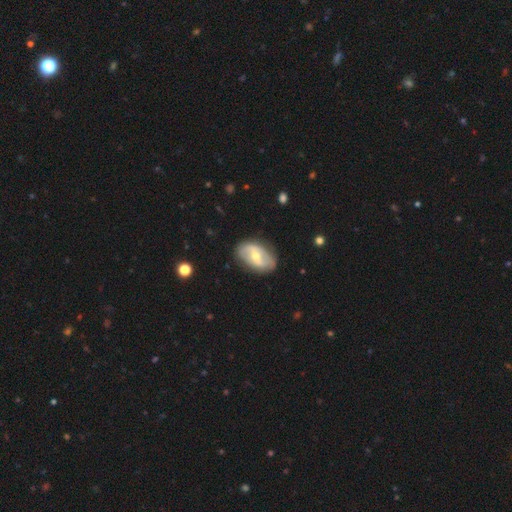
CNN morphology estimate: Q: Smooth or featured?
A: featured or disk (64%); runner-up: smooth (30%)
Q: Edge-on disk?
A: no (94%); runner-up: yes (6%)
Q: Bar?
A: weak (41%); runner-up: no (34%)
Q: Spiral arms?
A: yes (64%); runner-up: no (36%)
Q: Bulge size?
A: moderate (61%); runner-up: small (34%)
Q: Merging?
A: none (80%); runner-up: minor disturbance (14%)